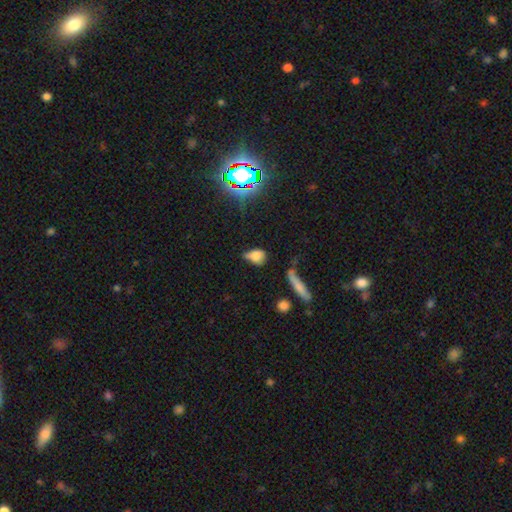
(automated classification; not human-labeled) Morphology: type=smooth (72%); roundness=in between (70%); merging=none (37%).